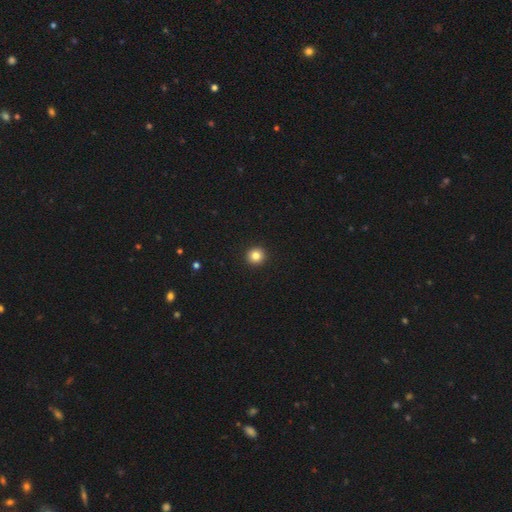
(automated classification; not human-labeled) smooth_or_featured: smooth (p=0.84) [alt: star or artifact p=0.11]
how_rounded: round (p=0.94) [alt: in between p=0.05]
merging: none (p=0.94) [alt: minor disturbance p=0.04]